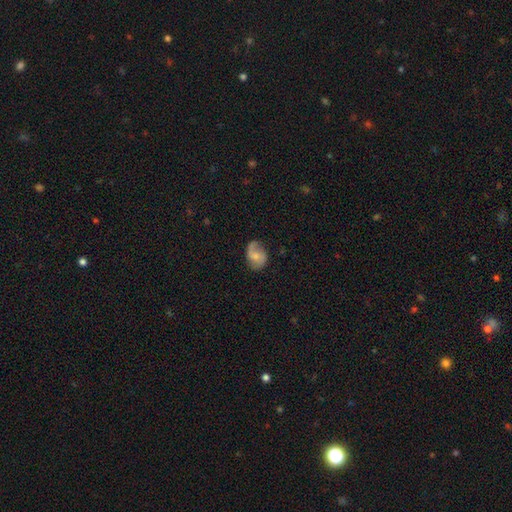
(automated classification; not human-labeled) featured or disk 50%, smooth 43%, star or artifact 7%. Down the decision tree: merging — none (60%).